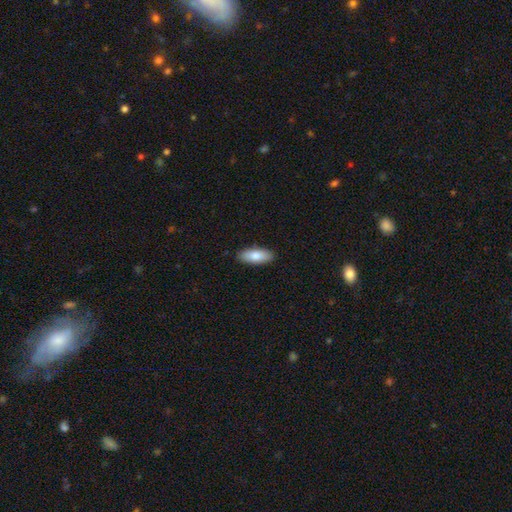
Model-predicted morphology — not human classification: Smooth or featured: smooth — 82% (featured or disk — 12%)
How rounded: in between — 75% (cigar-shaped — 23%)
Merging: none — 89% (minor disturbance — 8%)